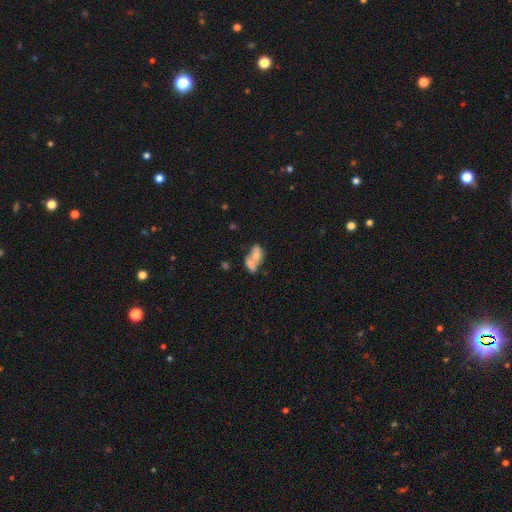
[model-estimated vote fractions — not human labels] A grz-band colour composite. It shows a smooth galaxy with no disk features (59%) that is in between round and cigar-shaped (80%). Merging: merger (67%).